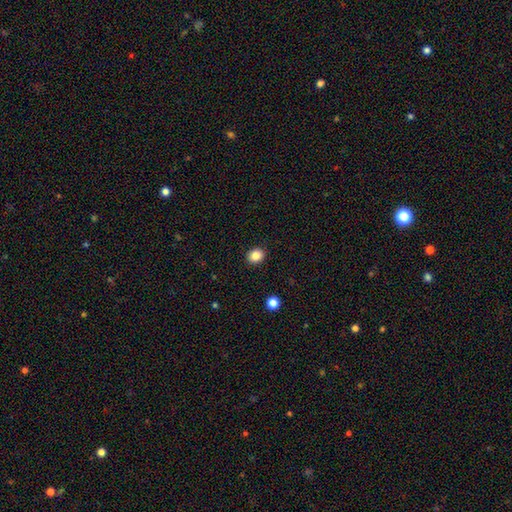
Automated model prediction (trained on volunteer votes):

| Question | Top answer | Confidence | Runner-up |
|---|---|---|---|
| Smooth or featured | smooth | 85% | star or artifact (10%) |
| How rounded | round | 62% | in between (38%) |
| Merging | none | 91% | minor disturbance (6%) |